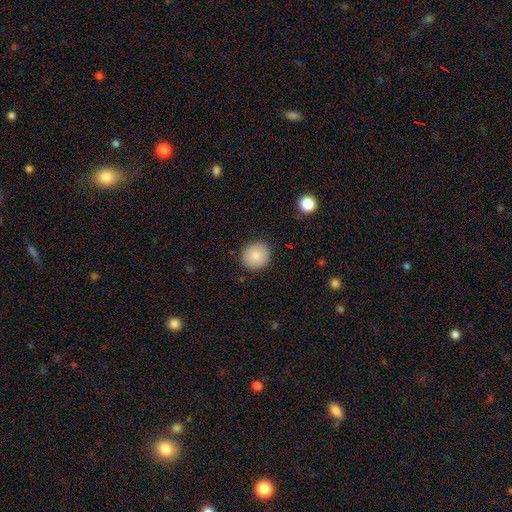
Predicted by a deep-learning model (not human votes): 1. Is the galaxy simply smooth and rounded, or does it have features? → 86% smooth, 8% star or artifact, 6% featured or disk.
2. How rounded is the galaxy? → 88% round, 11% in between, 1% cigar-shaped.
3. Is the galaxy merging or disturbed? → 90% none, 7% minor disturbance, 2% major disturbance, 1% merger.